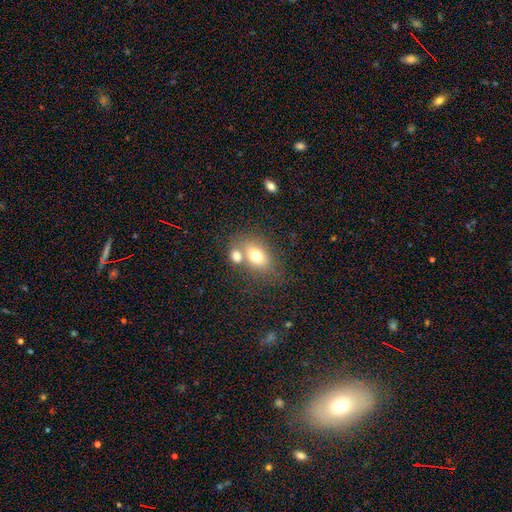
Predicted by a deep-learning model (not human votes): smooth_or_featured: smooth (p=0.72) [alt: featured or disk p=0.18]
how_rounded: in between (p=0.77) [alt: round p=0.21]
merging: none (p=0.44) [alt: merger p=0.39]